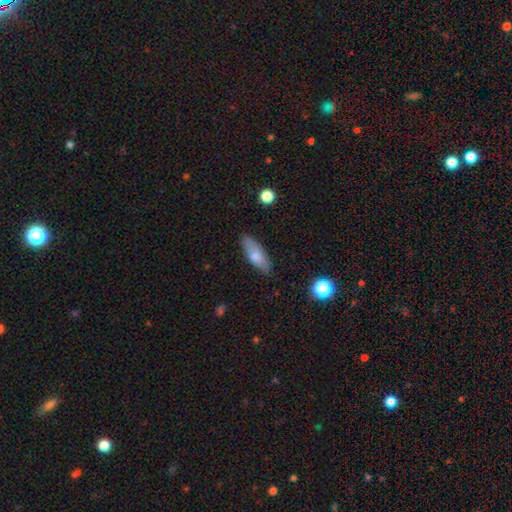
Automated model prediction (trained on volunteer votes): smooth_or_featured: smooth (p=0.75) [alt: featured or disk p=0.18]
how_rounded: in between (p=0.67) [alt: cigar-shaped p=0.31]
merging: none (p=0.80) [alt: minor disturbance p=0.15]